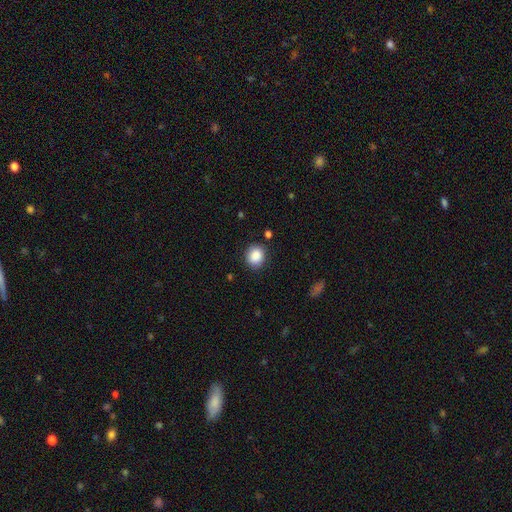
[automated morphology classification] Smooth or featured? smooth (88%)
How rounded? round (72%)
Merging? none (84%)